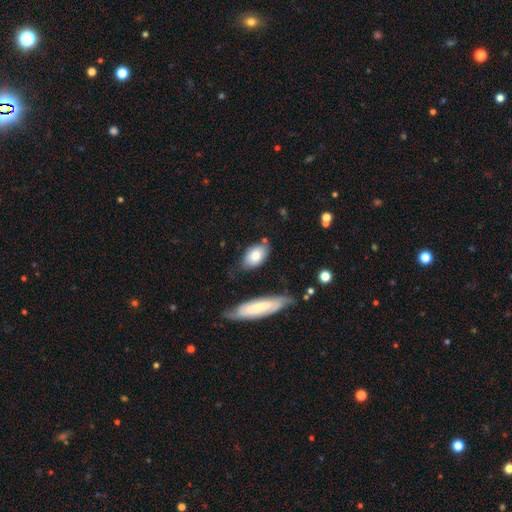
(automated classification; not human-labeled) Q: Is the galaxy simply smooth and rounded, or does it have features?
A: smooth — 76%.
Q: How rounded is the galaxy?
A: in between — 87%.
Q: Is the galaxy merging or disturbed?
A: none — 70%.